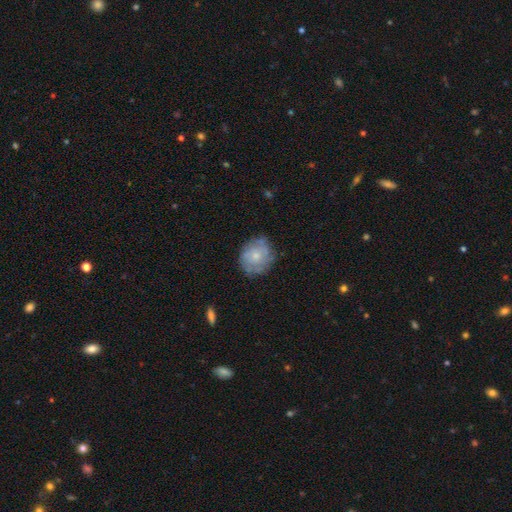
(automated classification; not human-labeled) Smooth or featured? smooth (52%)
How rounded? round (77%)
Merging? none (70%)